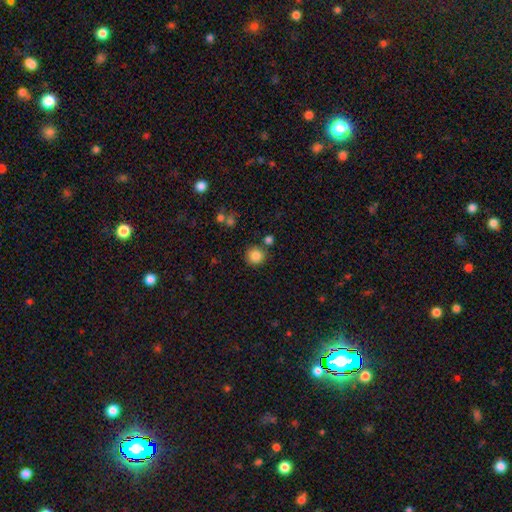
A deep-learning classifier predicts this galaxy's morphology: This is clearly a smooth galaxy (85%). How rounded: clearly round (93%). Merging: clearly none (80%).